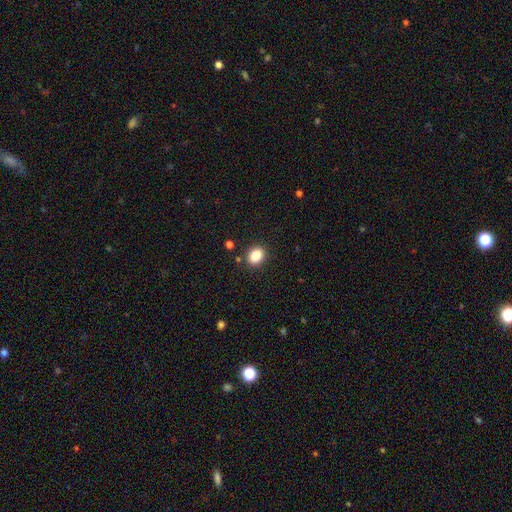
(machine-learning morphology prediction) type=smooth (85%); roundness=in between (53%); merging=none (88%).